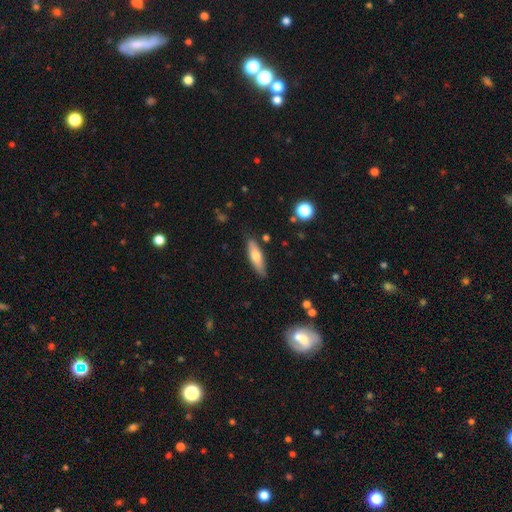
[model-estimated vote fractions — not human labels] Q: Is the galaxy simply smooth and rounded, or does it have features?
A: smooth — 64%.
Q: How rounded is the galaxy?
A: cigar-shaped — 59%.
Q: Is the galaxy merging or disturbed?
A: none — 83%.